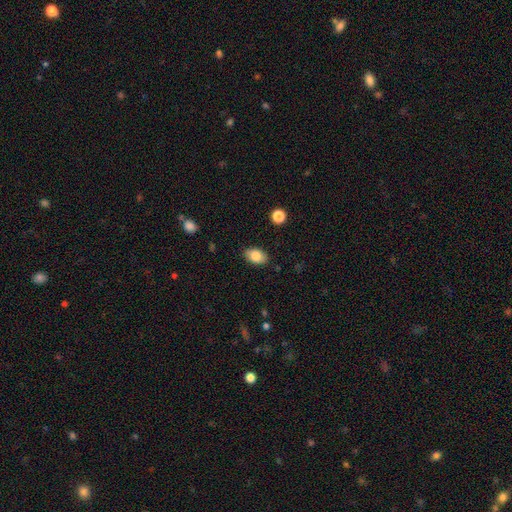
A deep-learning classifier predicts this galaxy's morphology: smooth 83%, featured or disk 9%, star or artifact 8%. Down the decision tree: how rounded — in between (87%); merging — none (85%).